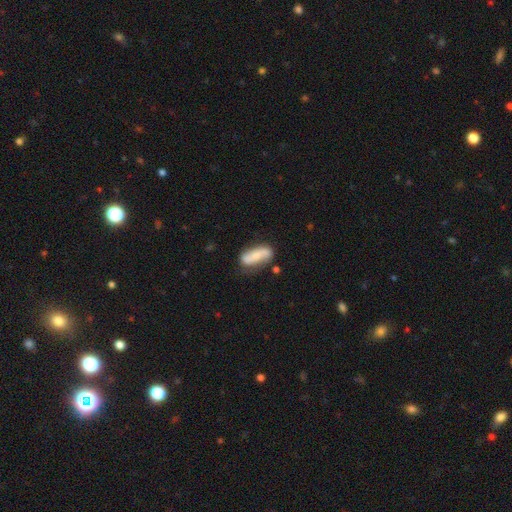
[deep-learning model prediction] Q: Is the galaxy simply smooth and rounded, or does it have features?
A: smooth — 49%.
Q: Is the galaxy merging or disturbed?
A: none — 65%.